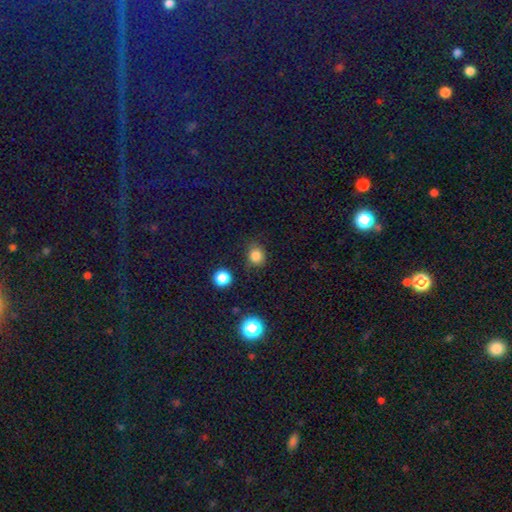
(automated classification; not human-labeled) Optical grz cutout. It shows a smooth galaxy with no disk features (80%) that is round (74%). Merging: none (76%).